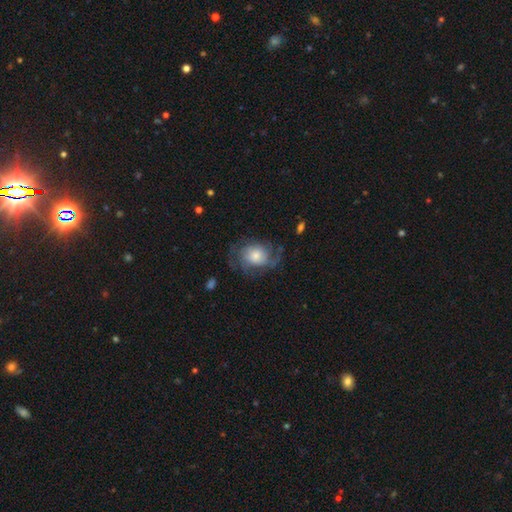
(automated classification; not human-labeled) A featured or disk galaxy (54%) with no bar (80%), spiral arms (81%) and a moderate central bulge (36%).

Vote fractions:
- Smooth or featured? featured or disk: 54% / smooth: 38% / star or artifact: 8%
- Edge-on disk? no: 97% / yes: 3%
- Bar? no: 80% / weak: 17% / strong: 3%
- Spiral arms? yes: 81% / no: 19%
- Bulge size? moderate: 36% / large: 29% / small: 26% / dominant: 5% / none: 4%
- Merging? none: 56% / minor disturbance: 23% / major disturbance: 19% / merger: 2%